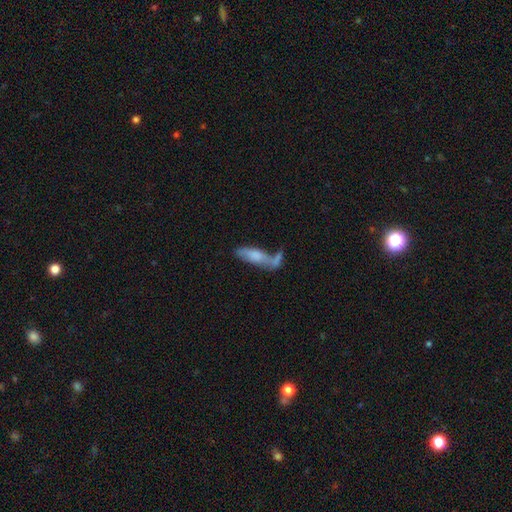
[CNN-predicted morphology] Smooth or featured?
  - smooth: 62% *
  - featured or disk: 31%
  - star or artifact: 7%
How rounded?
  - cigar-shaped: 50% *
  - in between: 48%
  - round: 3%
Merging?
  - none: 35% *
  - merger: 34%
  - minor disturbance: 19%
  - major disturbance: 12%